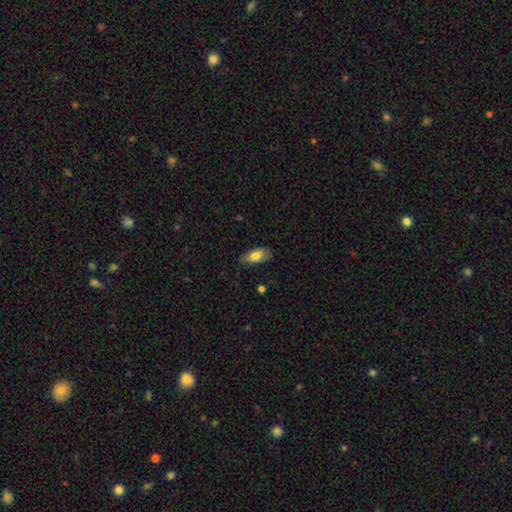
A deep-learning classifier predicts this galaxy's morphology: Q: Smooth or featured?
A: smooth (76%); runner-up: featured or disk (17%)
Q: How rounded?
A: in between (81%); runner-up: cigar-shaped (16%)
Q: Merging?
A: none (73%); runner-up: minor disturbance (22%)